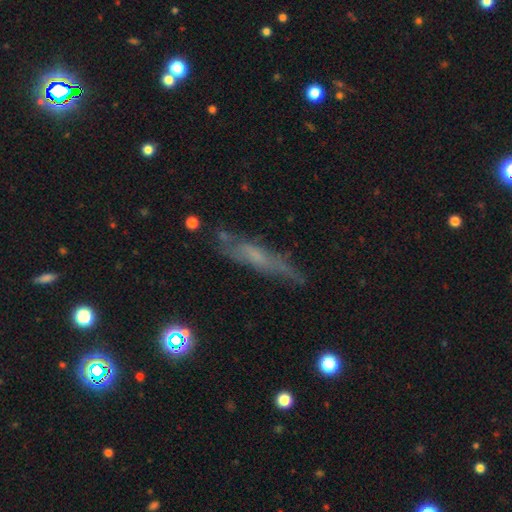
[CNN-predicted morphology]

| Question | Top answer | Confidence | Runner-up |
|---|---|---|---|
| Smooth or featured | featured or disk | 50% | smooth (38%) |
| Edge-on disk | yes | 65% | no (35%) |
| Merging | none | 64% | minor disturbance (24%) |